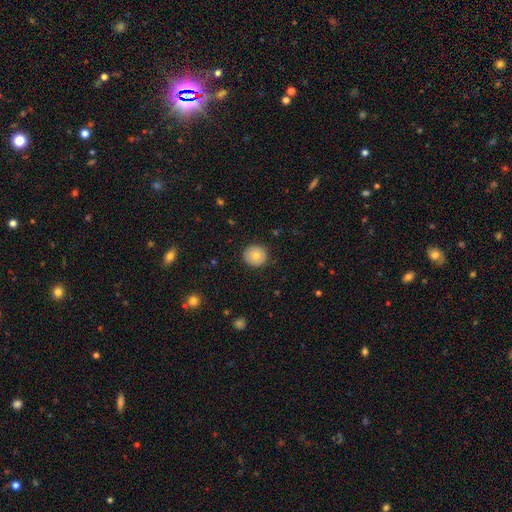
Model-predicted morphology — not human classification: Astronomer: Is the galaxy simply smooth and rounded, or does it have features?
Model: smooth — 73%.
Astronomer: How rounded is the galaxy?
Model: round — 94%.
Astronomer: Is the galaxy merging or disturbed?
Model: none — 90%.